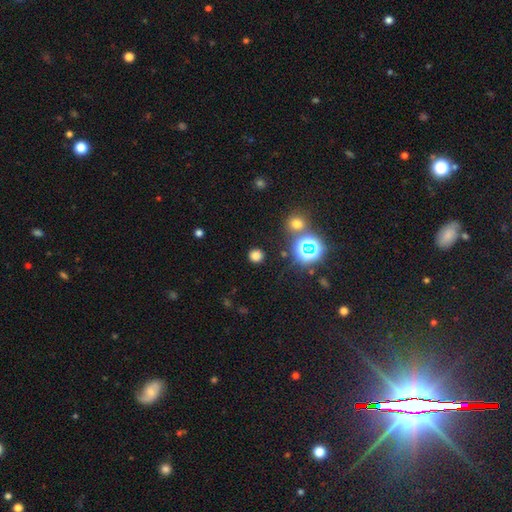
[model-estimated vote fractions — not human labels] Smooth or featured? Predicted: smooth (p=0.72). How rounded? Predicted: round (p=0.89). Merging? Predicted: none (p=0.87).